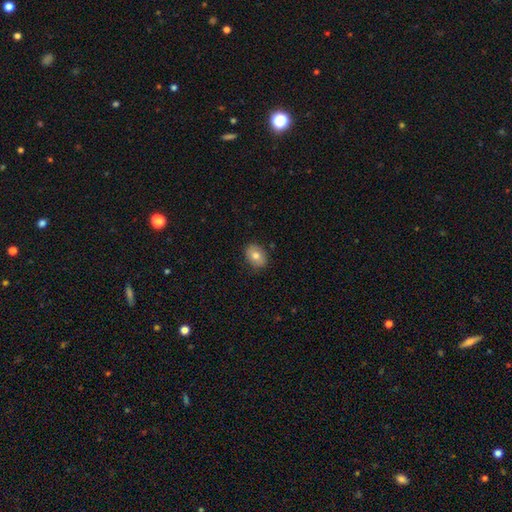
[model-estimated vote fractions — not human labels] Smooth or featured? smooth (75%)
How rounded? in between (63%)
Merging? none (84%)